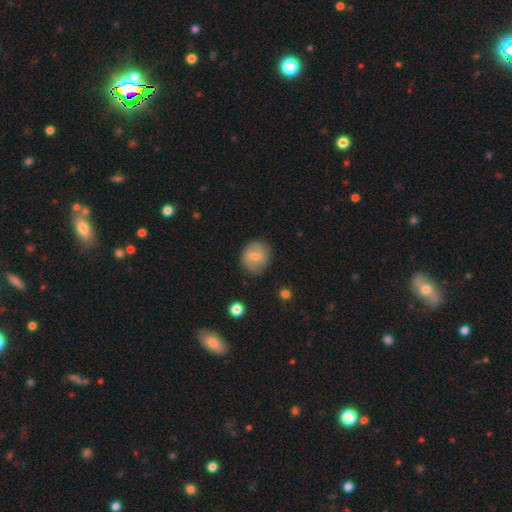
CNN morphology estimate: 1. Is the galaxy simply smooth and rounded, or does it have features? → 55% smooth, 37% featured or disk, 7% star or artifact.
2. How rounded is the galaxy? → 70% round, 29% in between, 1% cigar-shaped.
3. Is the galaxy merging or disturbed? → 79% none, 15% minor disturbance, 4% major disturbance, 1% merger.